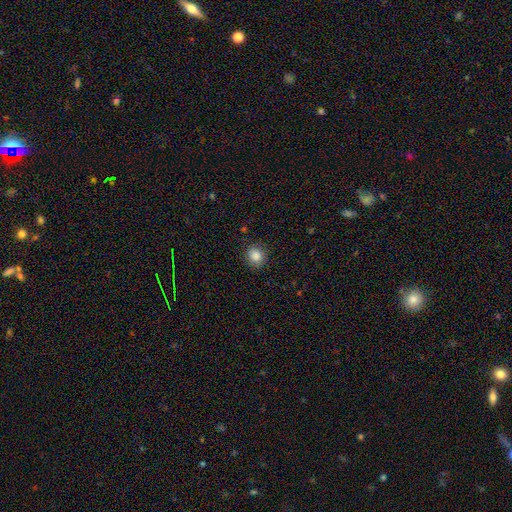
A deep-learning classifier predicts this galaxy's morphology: Smooth or featured? smooth (86%)
How rounded? round (84%)
Merging? none (86%)